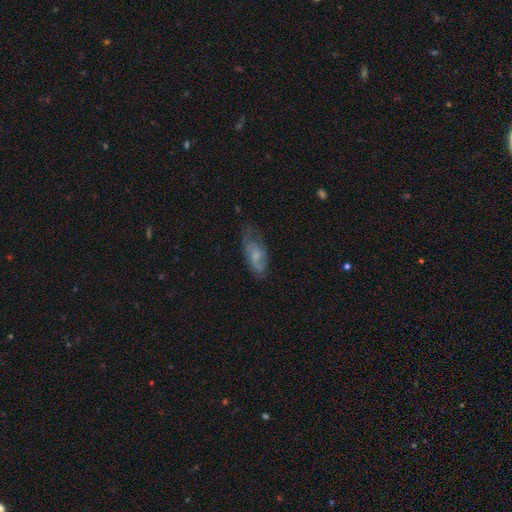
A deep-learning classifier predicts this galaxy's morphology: This is possibly a smooth galaxy (53%). How rounded: clearly in between (83%). Merging: possibly none (49%).